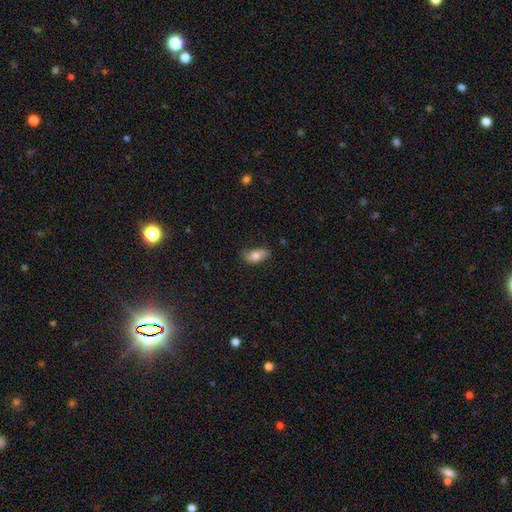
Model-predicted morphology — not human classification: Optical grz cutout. It shows a smooth galaxy with no disk features (73%) that is in between round and cigar-shaped (89%). Merging: none (79%).